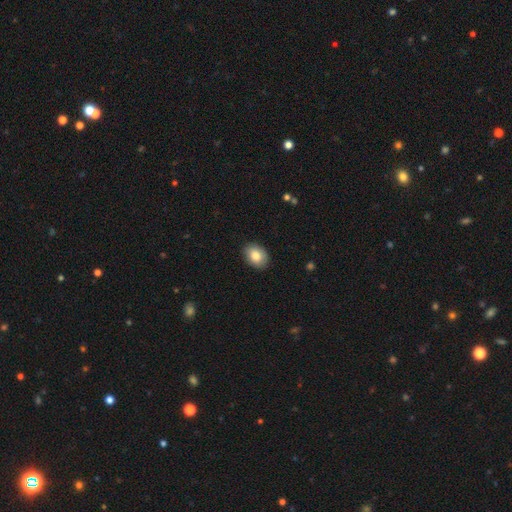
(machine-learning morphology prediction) smooth-or-featured: smooth: 84% | featured or disk: 9% | star or artifact: 7%
  how-rounded: in between: 76% | round: 23% | cigar-shaped: 1%
  merging: none: 88% | minor disturbance: 10% | major disturbance: 2% | merger: 1%